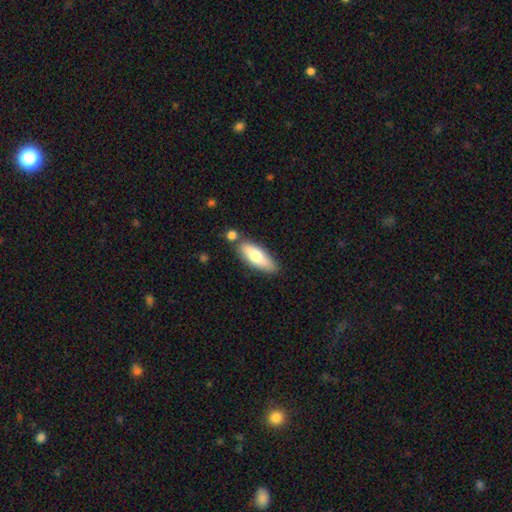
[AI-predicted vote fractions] Smooth or featured?
  - smooth: 72% *
  - featured or disk: 22%
  - star or artifact: 6%
How rounded?
  - in between: 64% *
  - cigar-shaped: 34%
  - round: 2%
Merging?
  - none: 72% *
  - minor disturbance: 14%
  - merger: 12%
  - major disturbance: 3%